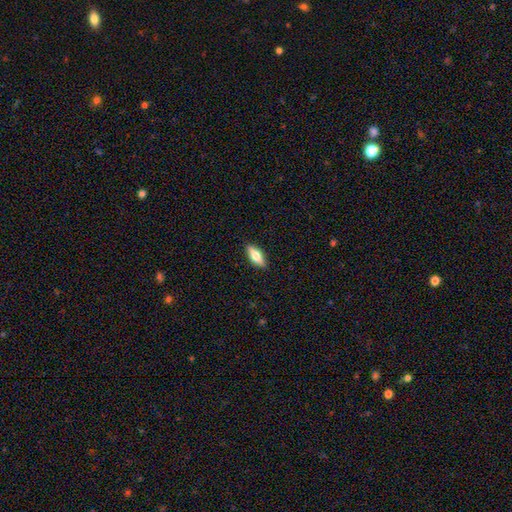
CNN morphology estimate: A smooth galaxy with no disk features (67%) that is in between round and cigar-shaped (71%). Merging: none (89%).